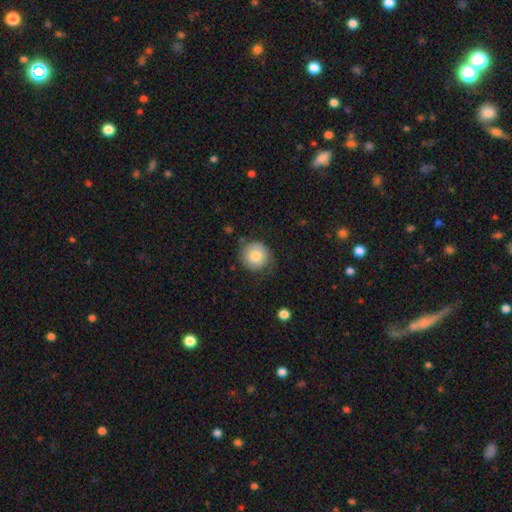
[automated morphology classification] smooth-or-featured: smooth: 81% | featured or disk: 11% | star or artifact: 8%
  how-rounded: round: 93% | in between: 6% | cigar-shaped: 1%
  merging: none: 76% | minor disturbance: 18% | major disturbance: 5% | merger: 2%